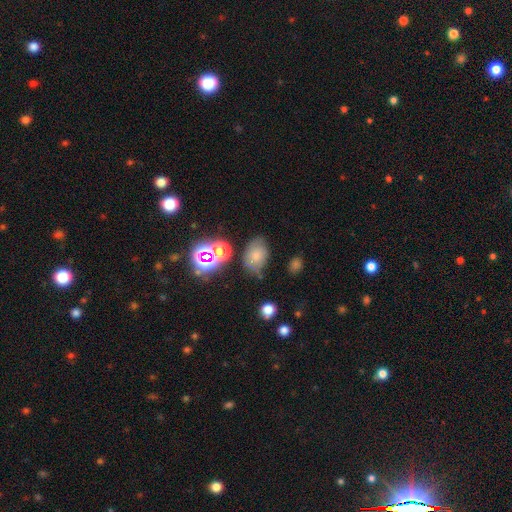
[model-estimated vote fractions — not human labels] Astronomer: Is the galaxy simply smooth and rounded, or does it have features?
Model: smooth — 64%.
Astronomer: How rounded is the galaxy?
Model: in between — 77%.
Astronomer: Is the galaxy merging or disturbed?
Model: none — 60%.